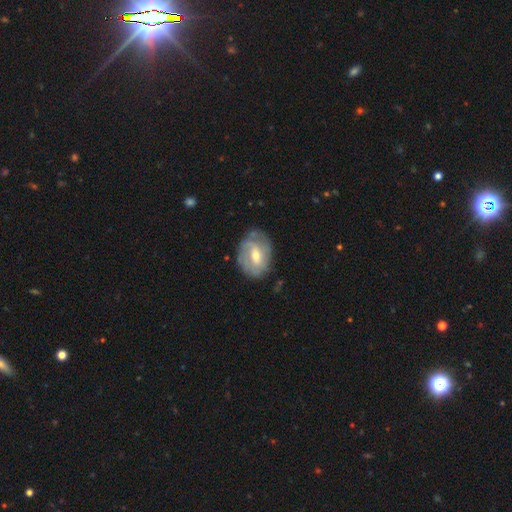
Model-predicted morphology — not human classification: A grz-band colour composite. It shows a featured or disk galaxy (68%) with a weak bar (52%), spiral arms (75%) and a moderate central bulge (58%). Merging: none (69%).